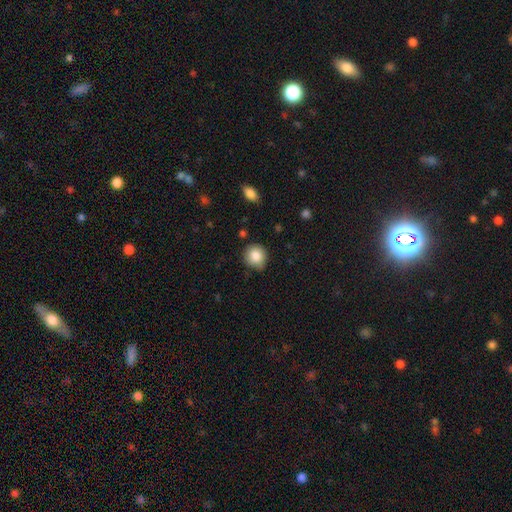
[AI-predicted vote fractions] Overall: smooth (86%). How rounded: round (89%). Merging: none (79%).